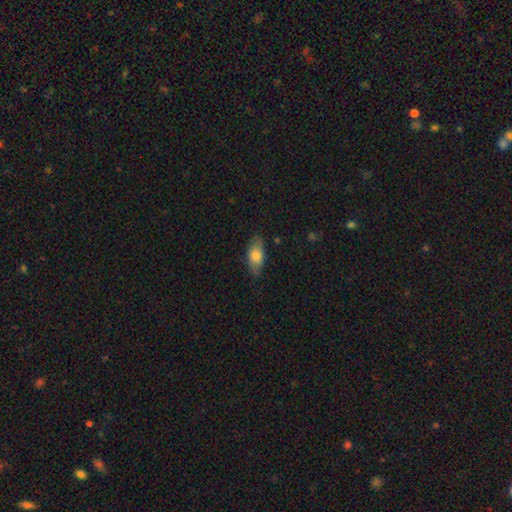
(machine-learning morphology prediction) Overall: smooth (74%). How rounded: in between (87%). Merging: none (77%).